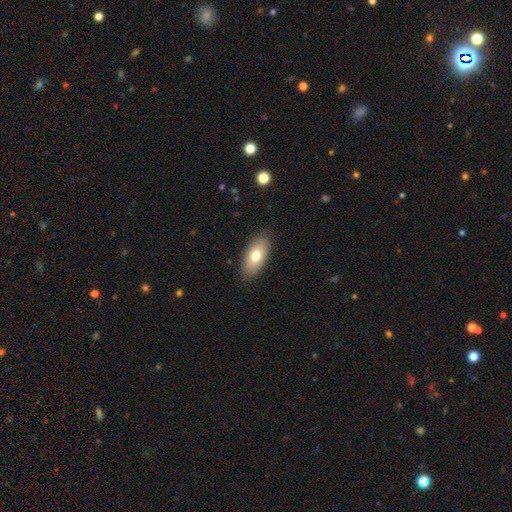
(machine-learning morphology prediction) A smooth galaxy with no disk features (73%) that is in between round and cigar-shaped (89%).

Vote fractions:
- Smooth or featured? smooth: 73% / featured or disk: 20% / star or artifact: 7%
- How rounded? in between: 89% / cigar-shaped: 8% / round: 3%
- Merging? none: 87% / minor disturbance: 10% / major disturbance: 2% / merger: 1%